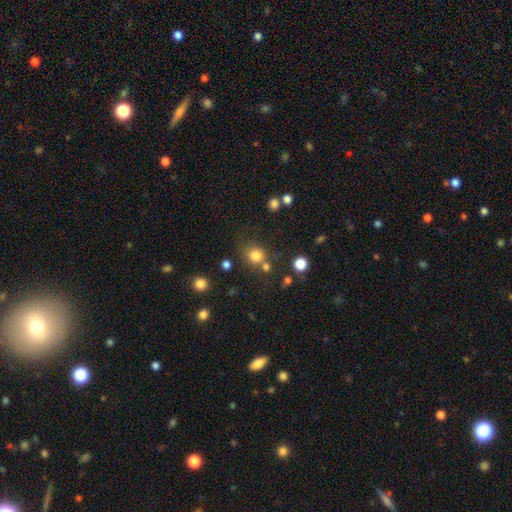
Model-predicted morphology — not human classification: Smooth or featured?
  - smooth: 80% *
  - star or artifact: 14%
  - featured or disk: 6%
How rounded?
  - round: 87% *
  - in between: 12%
  - cigar-shaped: 1%
Merging?
  - none: 67% *
  - merger: 17%
  - minor disturbance: 11%
  - major disturbance: 5%